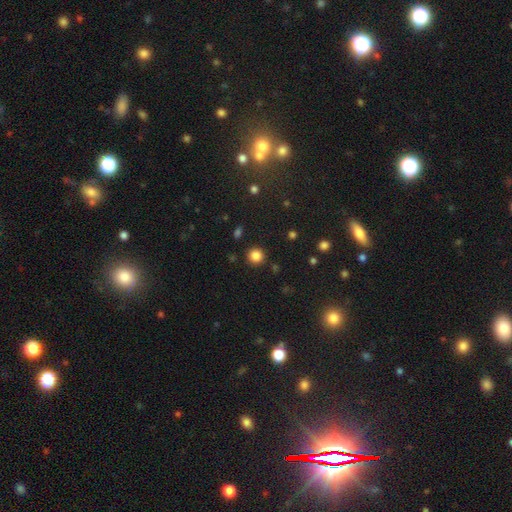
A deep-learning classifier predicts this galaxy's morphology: Smooth or featured? Predicted: smooth (p=0.84). How rounded? Predicted: round (p=0.94). Merging? Predicted: none (p=0.91).